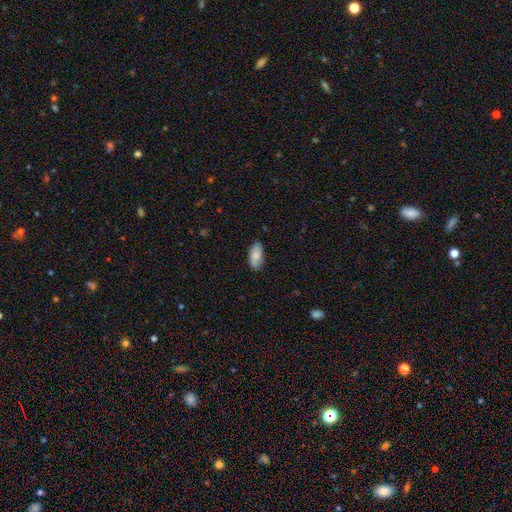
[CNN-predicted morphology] A smooth galaxy with no disk features (80%) that is in between round and cigar-shaped (93%). Merging: none (82%).